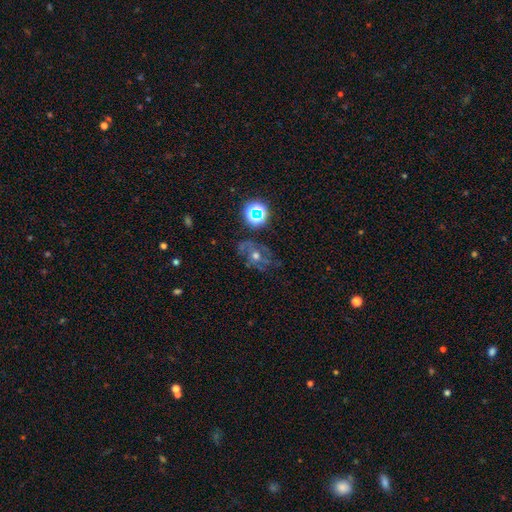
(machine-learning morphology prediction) Smooth or featured?
  - featured or disk: 49% *
  - smooth: 30%
  - star or artifact: 21%
Merging?
  - none: 58% *
  - minor disturbance: 21%
  - major disturbance: 17%
  - merger: 4%